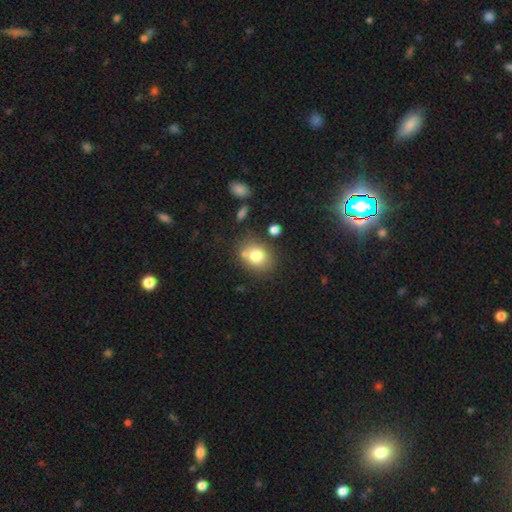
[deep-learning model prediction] A smooth galaxy with no disk features (76%) that is round (56%). Merging: none (68%).